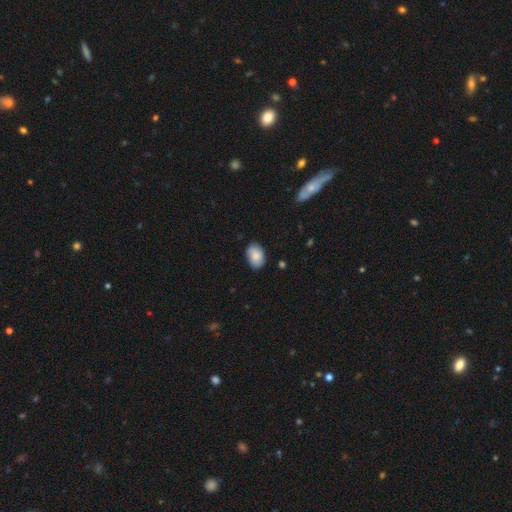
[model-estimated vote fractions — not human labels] smooth 84%, featured or disk 9%, star or artifact 6%. Down the decision tree: how rounded — in between (85%); merging — none (81%).